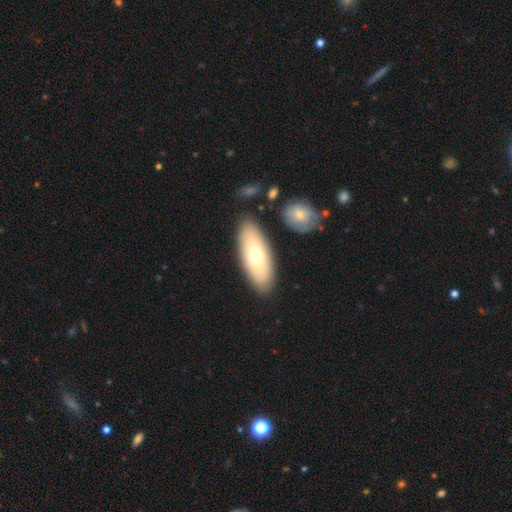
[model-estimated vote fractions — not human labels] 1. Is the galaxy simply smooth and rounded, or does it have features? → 67% smooth, 27% featured or disk, 6% star or artifact.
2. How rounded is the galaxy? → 80% in between, 17% cigar-shaped, 3% round.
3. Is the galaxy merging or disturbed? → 85% none, 9% minor disturbance, 4% merger, 2% major disturbance.